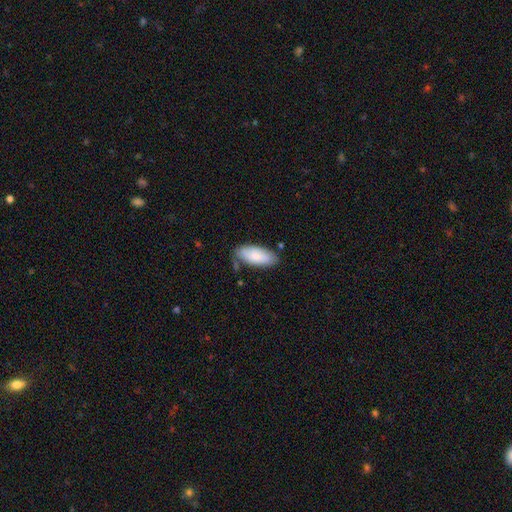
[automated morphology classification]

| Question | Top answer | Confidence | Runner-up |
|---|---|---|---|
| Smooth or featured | smooth | 82% | featured or disk (12%) |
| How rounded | in between | 84% | cigar-shaped (14%) |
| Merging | none | 72% | minor disturbance (19%) |